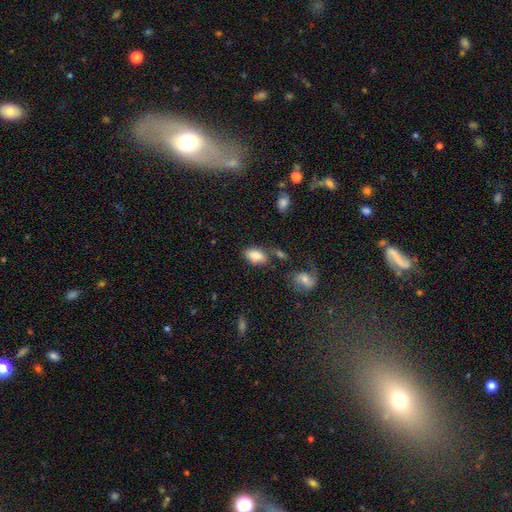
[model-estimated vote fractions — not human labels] Smooth or featured: smooth — 82% (featured or disk — 10%)
How rounded: in between — 92% (round — 6%)
Merging: none — 60% (minor disturbance — 22%)